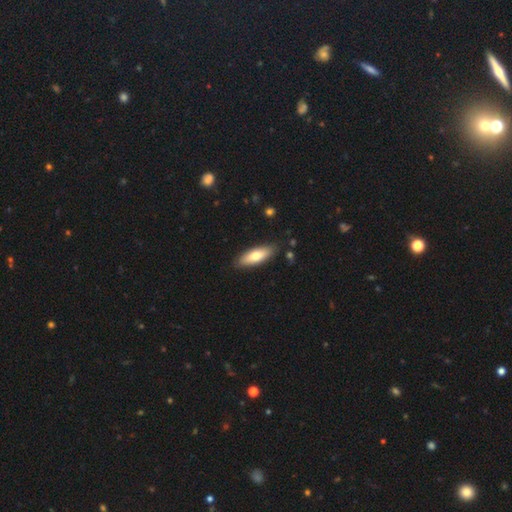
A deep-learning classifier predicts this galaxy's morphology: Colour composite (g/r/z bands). It shows a smooth galaxy with no disk features (70%) that is in between round and cigar-shaped (60%). Merging: none (87%).